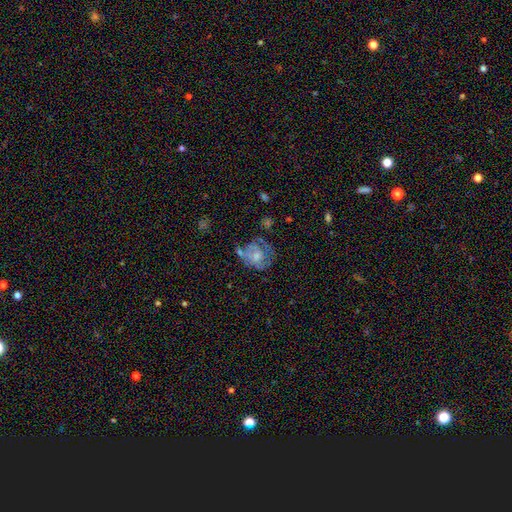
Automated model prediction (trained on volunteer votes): smooth-or-featured: featured or disk: 49% | smooth: 43% | star or artifact: 9%
  merging: none: 38% | minor disturbance: 27% | major disturbance: 25% | merger: 11%